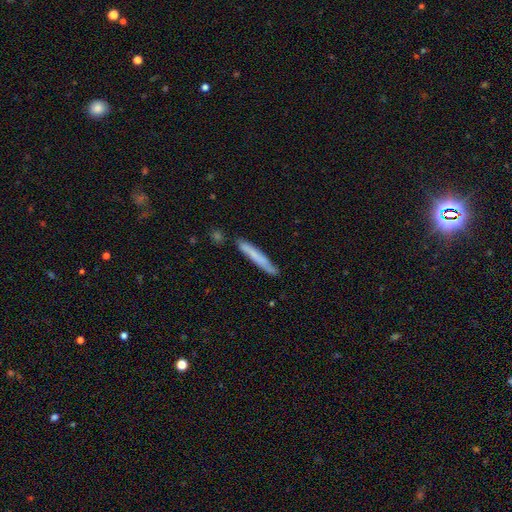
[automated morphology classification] A smooth galaxy with no disk features (66%) that is cigar-shaped (96%).

Vote fractions:
- Smooth or featured? smooth: 66% / featured or disk: 28% / star or artifact: 6%
- How rounded? cigar-shaped: 96% / in between: 3% / round: 1%
- Merging? none: 82% / minor disturbance: 13% / merger: 3% / major disturbance: 2%